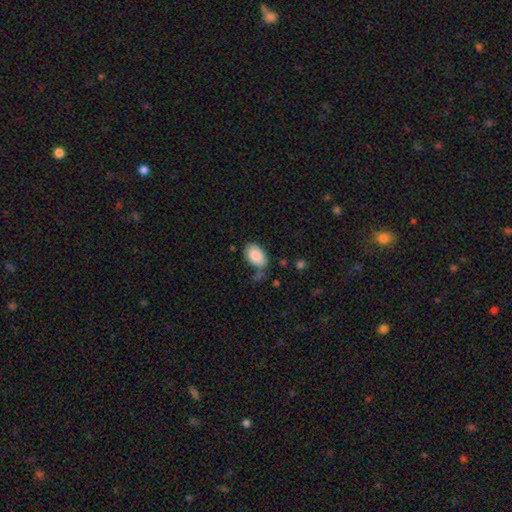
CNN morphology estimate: Overall: smooth (87%). How rounded: in between (92%). Merging: none (64%).